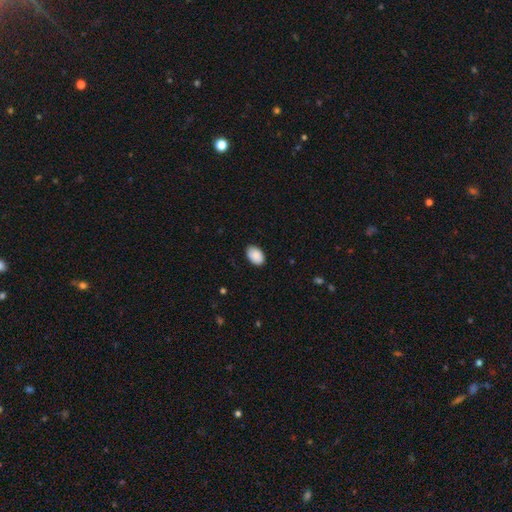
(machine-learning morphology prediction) This appears to be a smooth galaxy with no disk features (90%) that is in between round and cigar-shaped (90%). Merging: none (87%).